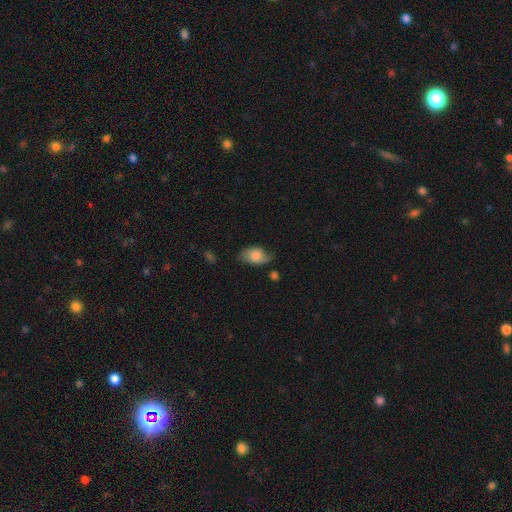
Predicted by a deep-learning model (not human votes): Morphology: type=smooth (68%); roundness=in between (86%); merging=none (53%).